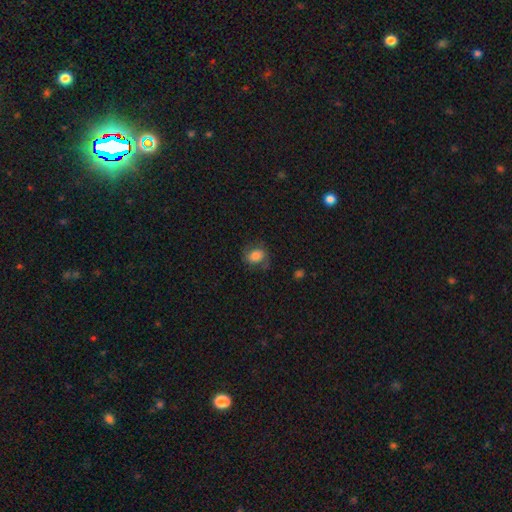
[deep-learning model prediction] Smooth or featured: smooth — 70% (featured or disk — 21%)
How rounded: round — 51% (in between — 48%)
Merging: none — 62% (minor disturbance — 23%)